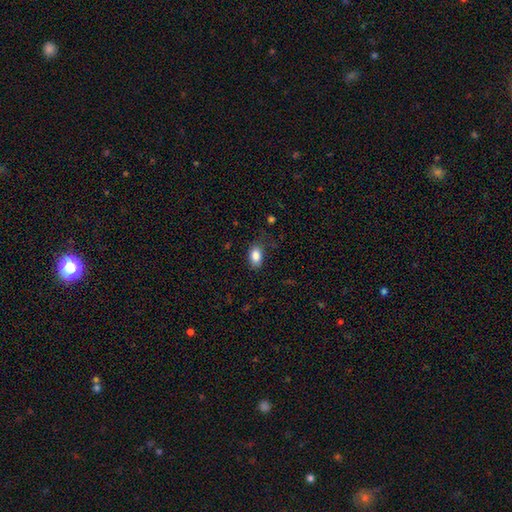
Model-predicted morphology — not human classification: Smooth or featured?
  - smooth: 86% *
  - star or artifact: 8%
  - featured or disk: 6%
How rounded?
  - in between: 87% *
  - round: 12%
  - cigar-shaped: 2%
Merging?
  - none: 76% *
  - minor disturbance: 18%
  - major disturbance: 5%
  - merger: 1%